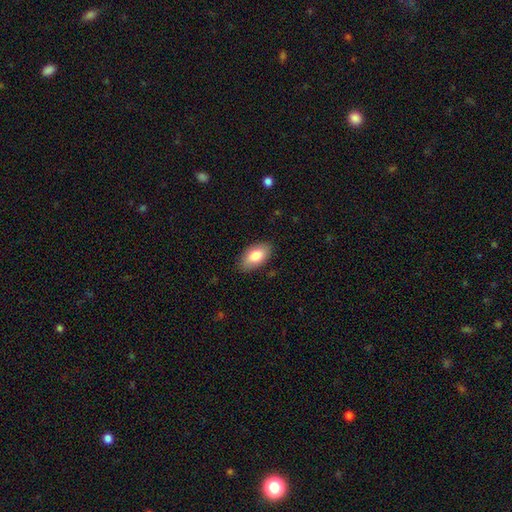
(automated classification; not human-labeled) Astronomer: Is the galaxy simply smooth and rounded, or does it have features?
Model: smooth — 81%.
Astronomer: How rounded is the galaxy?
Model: in between — 93%.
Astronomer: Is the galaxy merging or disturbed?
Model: none — 86%.